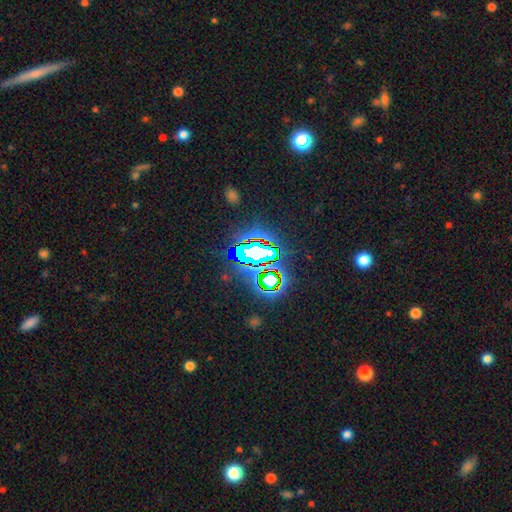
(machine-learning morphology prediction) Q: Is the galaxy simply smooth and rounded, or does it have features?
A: star or artifact — 81%.